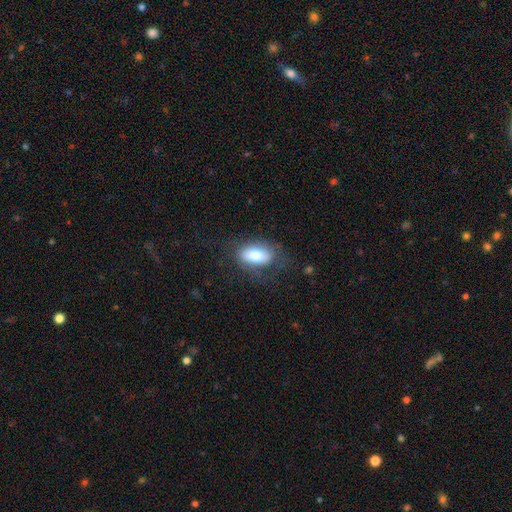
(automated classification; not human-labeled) smooth_or_featured: smooth (p=0.73) [alt: featured or disk p=0.20]
how_rounded: in between (p=0.89) [alt: cigar-shaped p=0.06]
merging: none (p=0.67) [alt: minor disturbance p=0.19]